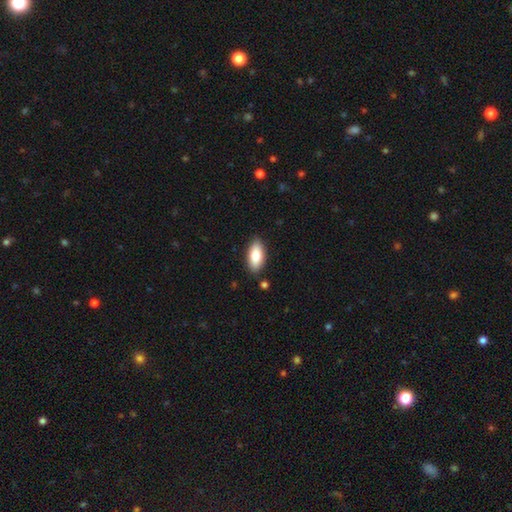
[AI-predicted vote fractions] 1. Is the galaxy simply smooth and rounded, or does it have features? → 83% smooth, 11% featured or disk, 6% star or artifact.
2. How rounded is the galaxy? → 89% in between, 9% cigar-shaped, 2% round.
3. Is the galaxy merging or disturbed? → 87% none, 9% minor disturbance, 2% merger, 2% major disturbance.